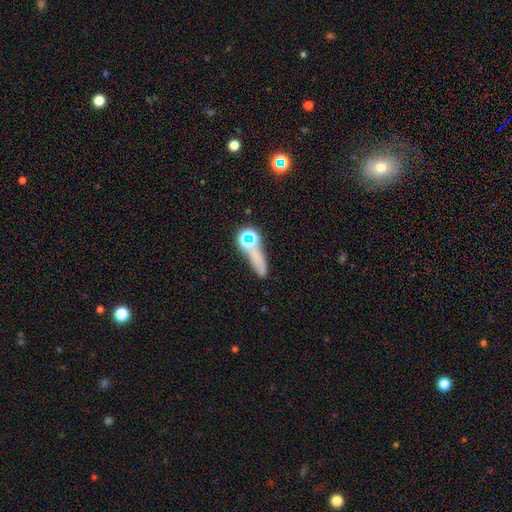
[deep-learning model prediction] Smooth or featured?
  - smooth: 51% *
  - star or artifact: 30%
  - featured or disk: 19%
How rounded?
  - cigar-shaped: 52% *
  - in between: 30%
  - round: 18%
Merging?
  - none: 55% *
  - minor disturbance: 17%
  - merger: 16%
  - major disturbance: 12%